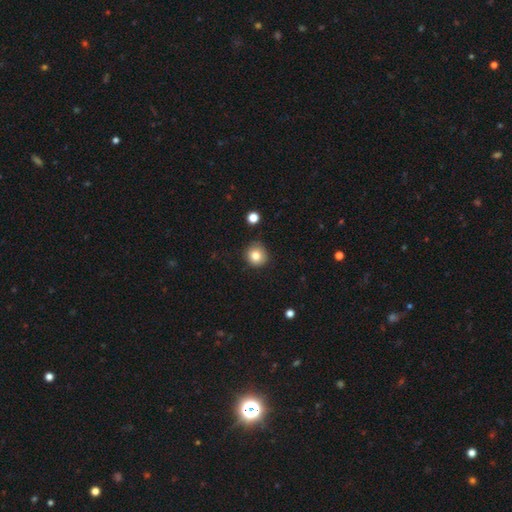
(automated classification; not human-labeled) A smooth galaxy with no disk features (82%) that is round (90%). Merging: none (82%).